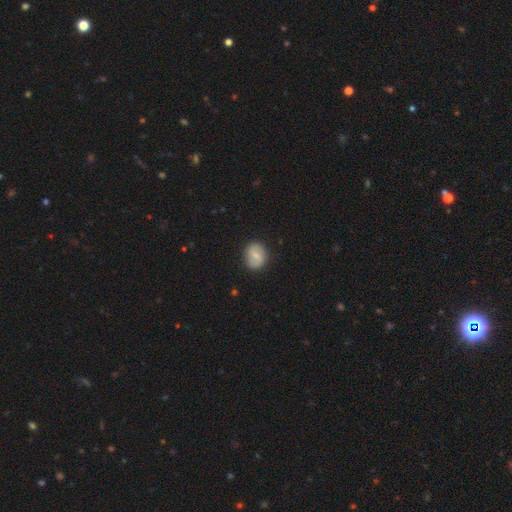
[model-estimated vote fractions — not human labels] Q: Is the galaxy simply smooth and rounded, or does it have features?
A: smooth — 57%.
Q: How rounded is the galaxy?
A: round — 59%.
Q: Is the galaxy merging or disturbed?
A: none — 85%.